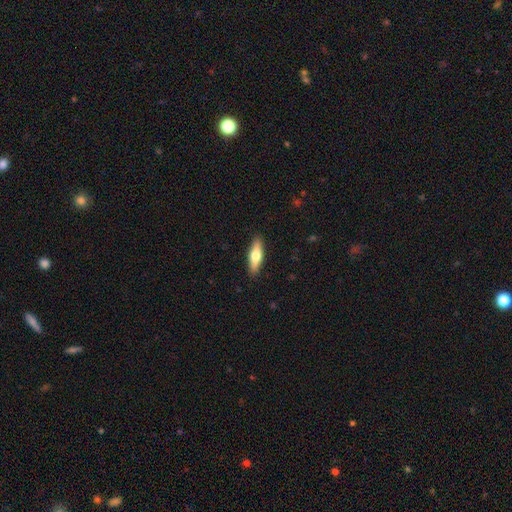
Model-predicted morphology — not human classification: smooth_or_featured: smooth (p=0.58) [alt: featured or disk p=0.36]
how_rounded: cigar-shaped (p=0.54) [alt: in between p=0.44]
merging: none (p=0.90) [alt: minor disturbance p=0.07]